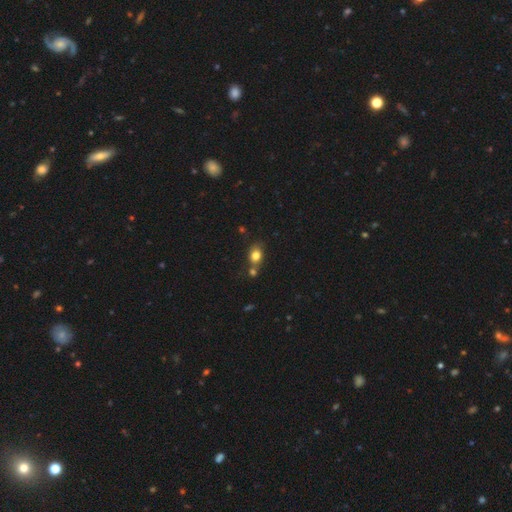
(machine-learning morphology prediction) type=smooth (80%); roundness=in between (54%); merging=none (55%).